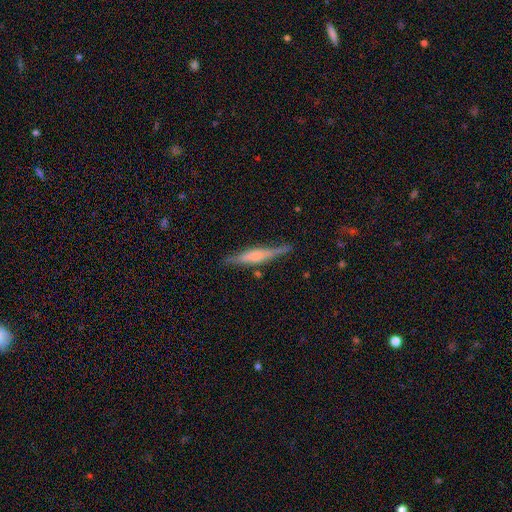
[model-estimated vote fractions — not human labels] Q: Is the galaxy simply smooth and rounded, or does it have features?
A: featured or disk — 62%.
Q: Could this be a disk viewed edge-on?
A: yes — 96%.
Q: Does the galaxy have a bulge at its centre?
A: rounded — 55%.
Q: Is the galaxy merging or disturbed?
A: none — 83%.